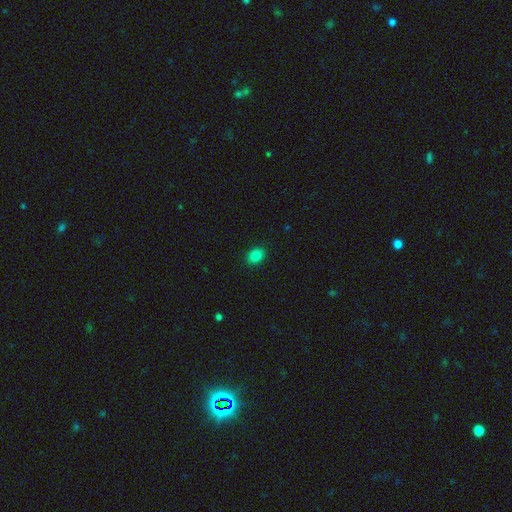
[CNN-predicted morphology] A smooth galaxy with no disk features (85%) that is in between round and cigar-shaped (63%). Merging: none (90%).